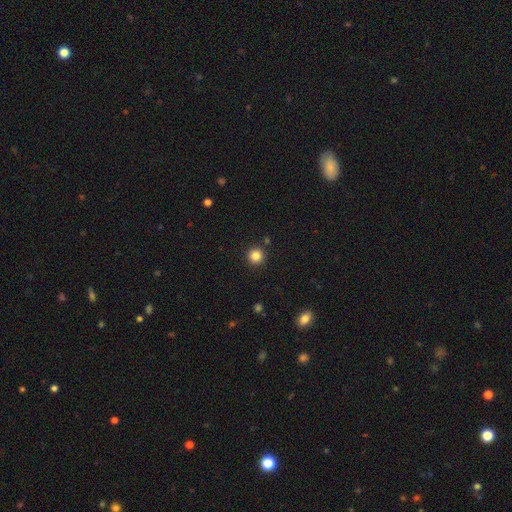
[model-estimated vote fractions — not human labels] Smooth or featured: smooth — 84% (star or artifact — 12%)
How rounded: round — 95% (in between — 4%)
Merging: none — 91% (minor disturbance — 5%)